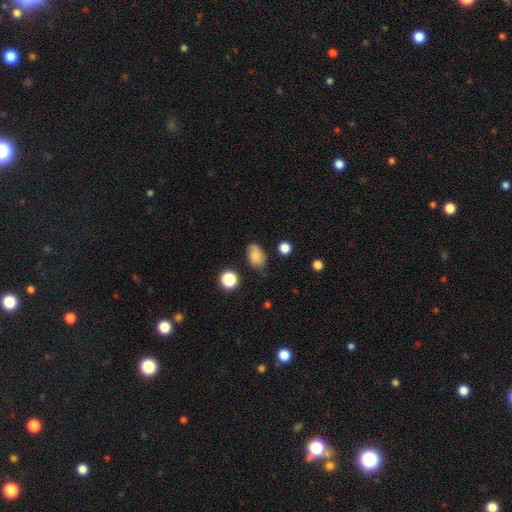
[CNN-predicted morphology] Smooth or featured?
  - smooth: 72% *
  - featured or disk: 17%
  - star or artifact: 11%
How rounded?
  - in between: 81% *
  - round: 17%
  - cigar-shaped: 1%
Merging?
  - none: 65% *
  - minor disturbance: 26%
  - major disturbance: 6%
  - merger: 3%